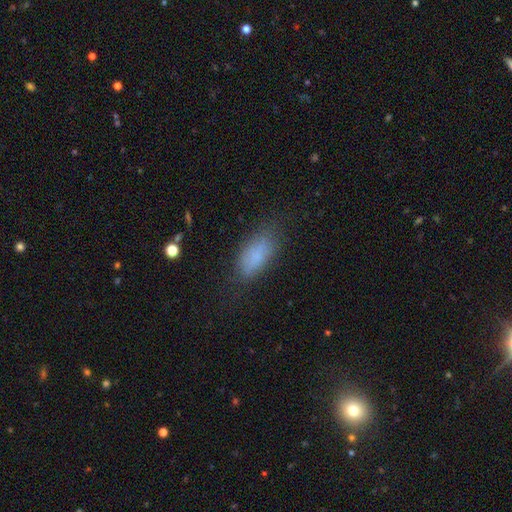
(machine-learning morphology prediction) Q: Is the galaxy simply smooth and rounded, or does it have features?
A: smooth — 79%.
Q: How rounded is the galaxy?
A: in between — 83%.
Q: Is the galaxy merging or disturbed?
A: none — 69%.